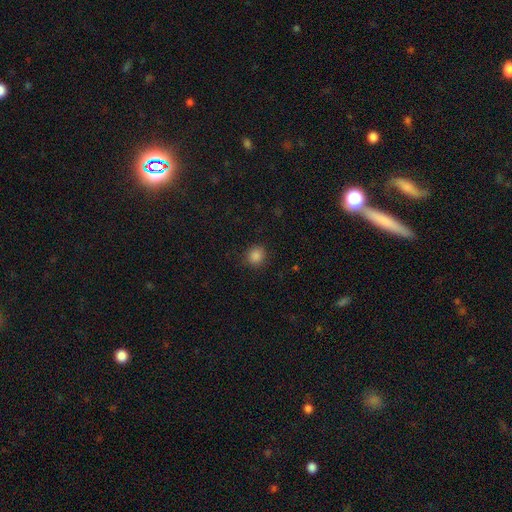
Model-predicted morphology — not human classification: smooth 85%, star or artifact 11%, featured or disk 3%. Down the decision tree: how rounded — round (87%); merging — none (89%).